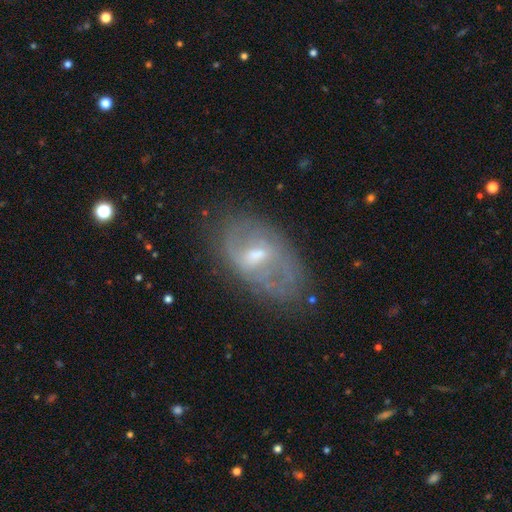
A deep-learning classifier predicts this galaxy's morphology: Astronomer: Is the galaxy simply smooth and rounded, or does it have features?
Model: featured or disk — 71%.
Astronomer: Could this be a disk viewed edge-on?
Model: no — 94%.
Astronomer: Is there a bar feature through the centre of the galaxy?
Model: weak — 59%.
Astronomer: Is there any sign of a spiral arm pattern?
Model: yes — 70%.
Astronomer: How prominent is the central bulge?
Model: moderate — 50% (runner-up: small, 39%).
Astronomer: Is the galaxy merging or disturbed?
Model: none — 62%.